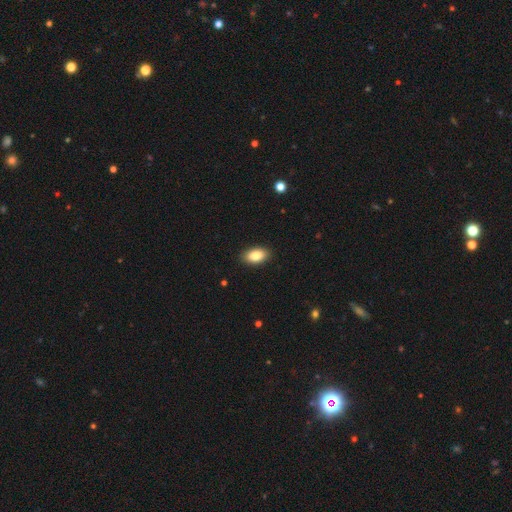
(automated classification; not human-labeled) A smooth galaxy with no disk features (86%) that is in between round and cigar-shaped (92%).

Vote fractions:
- Smooth or featured? smooth: 86% / star or artifact: 7% / featured or disk: 7%
- How rounded? in between: 92% / round: 5% / cigar-shaped: 2%
- Merging? none: 90% / minor disturbance: 8% / major disturbance: 2% / merger: 1%